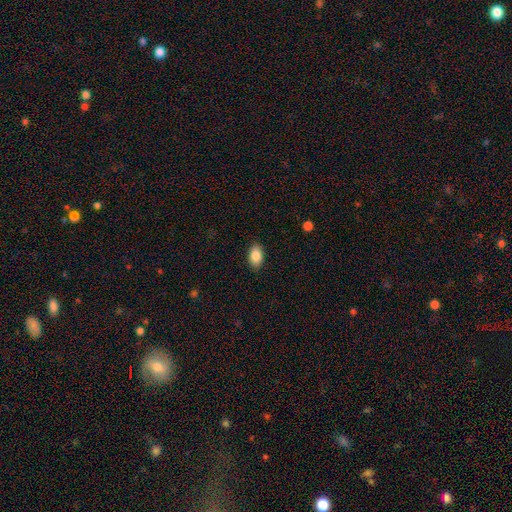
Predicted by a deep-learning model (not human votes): The model was most divided on "merging": none: 88%, minor disturbance: 9%, major disturbance: 2%, merger: 1%. More confident: how rounded — in between (92%); smooth or featured — smooth (87%).